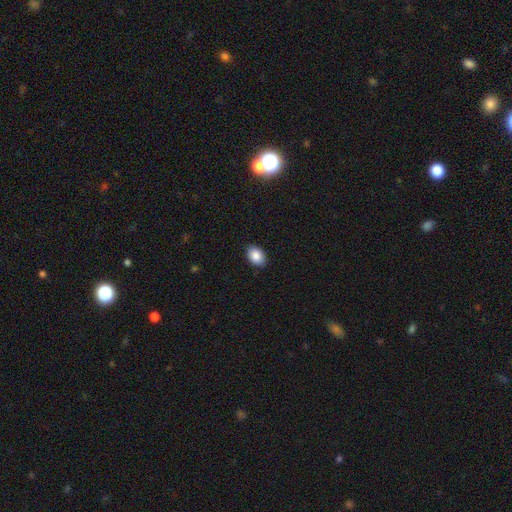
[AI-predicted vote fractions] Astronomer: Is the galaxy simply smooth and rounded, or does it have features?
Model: smooth — 87%.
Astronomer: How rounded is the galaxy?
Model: in between — 83%.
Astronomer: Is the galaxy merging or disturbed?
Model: none — 89%.